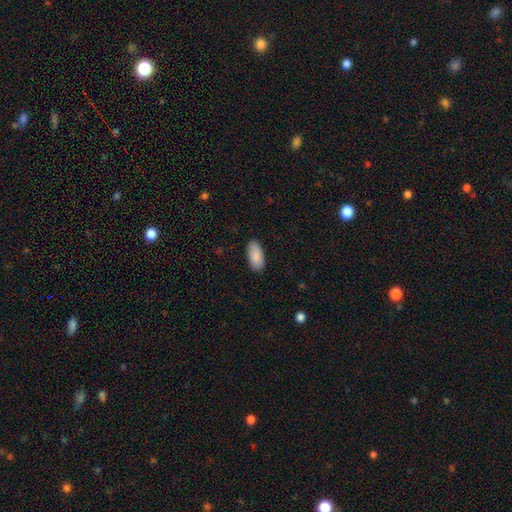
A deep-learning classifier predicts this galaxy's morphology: smooth_or_featured: smooth (p=0.89) [alt: star or artifact p=0.06]
how_rounded: in between (p=0.93) [alt: cigar-shaped p=0.05]
merging: none (p=0.88) [alt: minor disturbance p=0.09]